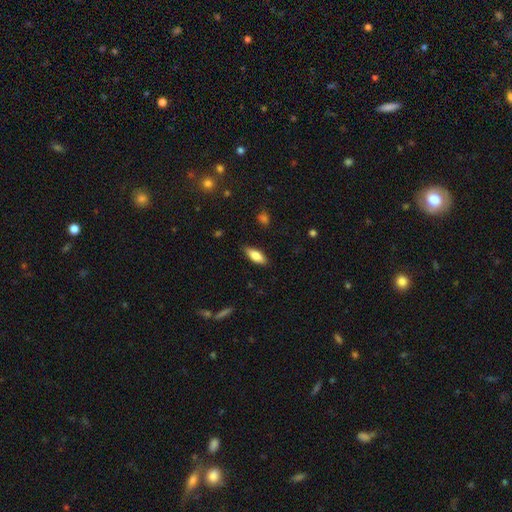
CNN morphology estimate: smooth-or-featured: smooth: 77% | featured or disk: 16% | star or artifact: 6%
  how-rounded: in between: 73% | cigar-shaped: 25% | round: 2%
  merging: none: 85% | minor disturbance: 12% | major disturbance: 2% | merger: 1%